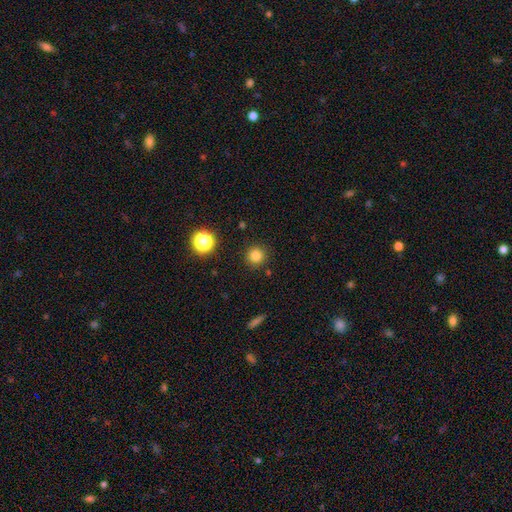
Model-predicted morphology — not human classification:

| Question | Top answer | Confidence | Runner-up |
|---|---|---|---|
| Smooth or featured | smooth | 81% | star or artifact (14%) |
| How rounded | round | 95% | in between (4%) |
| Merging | none | 90% | minor disturbance (6%) |